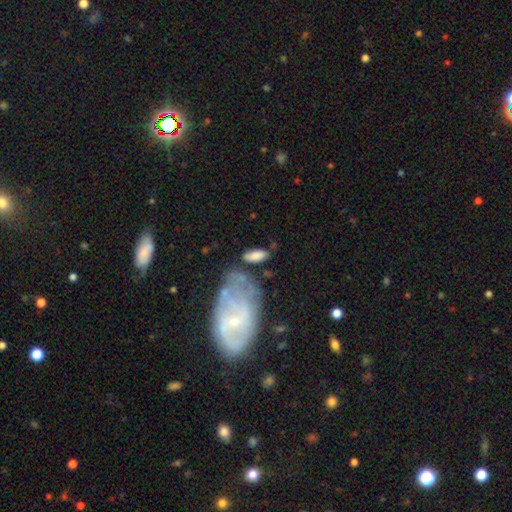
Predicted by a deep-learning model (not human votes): Morphology: type=smooth (80%); roundness=in between (82%); merging=none (63%).